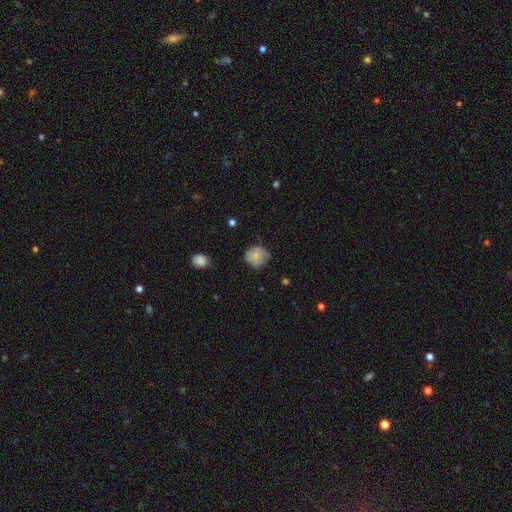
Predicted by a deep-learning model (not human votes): The model was most divided on "merging": none: 62%, minor disturbance: 30%, major disturbance: 6%, merger: 2%. More confident: how rounded — round (81%); smooth or featured — smooth (77%).